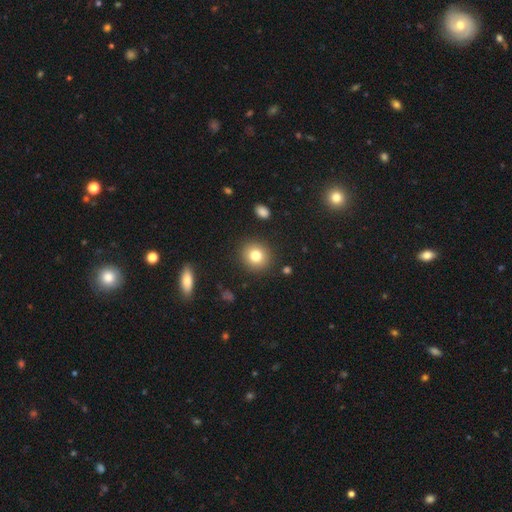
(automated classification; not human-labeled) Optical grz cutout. It shows a smooth galaxy with no disk features (80%) that is round (85%). Merging: none (90%).